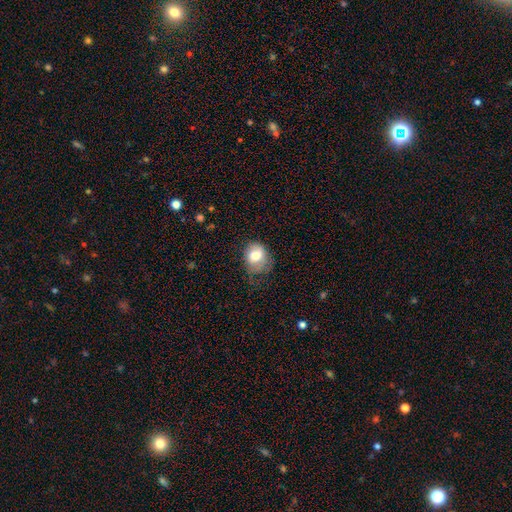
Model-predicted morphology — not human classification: Smooth or featured: smooth — 75% (featured or disk — 16%)
How rounded: round — 56% (in between — 43%)
Merging: none — 44% (minor disturbance — 36%)